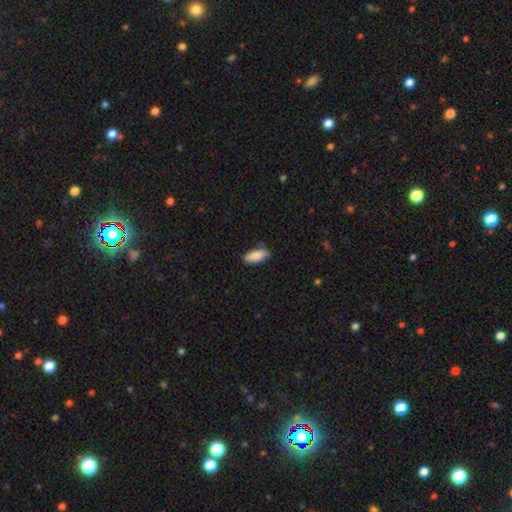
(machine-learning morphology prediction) Smooth or featured? smooth (89%)
How rounded? in between (83%)
Merging? none (82%)